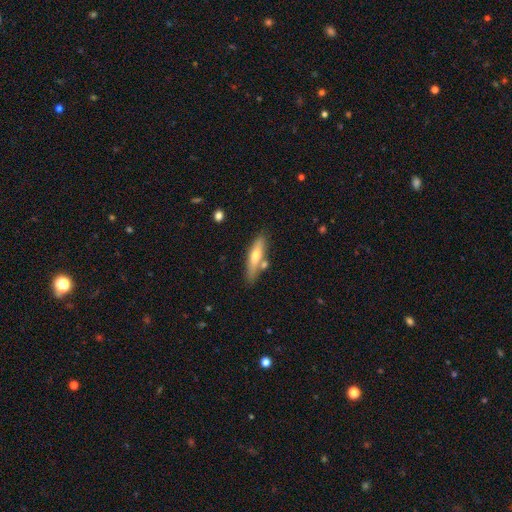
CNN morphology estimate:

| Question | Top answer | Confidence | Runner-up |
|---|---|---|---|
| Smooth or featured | smooth | 57% | featured or disk (37%) |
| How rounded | cigar-shaped | 73% | in between (25%) |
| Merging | none | 73% | minor disturbance (14%) |